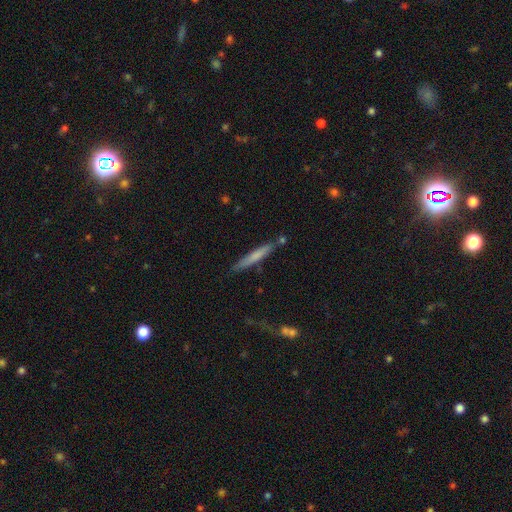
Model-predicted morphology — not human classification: smooth 63%, featured or disk 31%, star or artifact 6%. Down the decision tree: how rounded — cigar-shaped (95%); merging — none (79%).